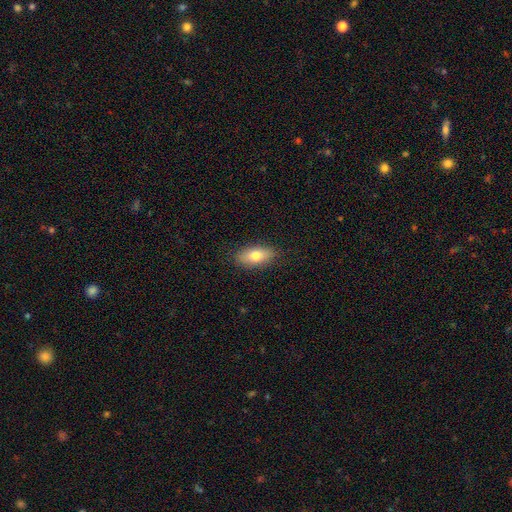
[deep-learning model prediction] The model was most divided on "smooth or featured": smooth: 75%, featured or disk: 18%, star or artifact: 7%. More confident: merging — none (87%); how rounded — in between (86%).